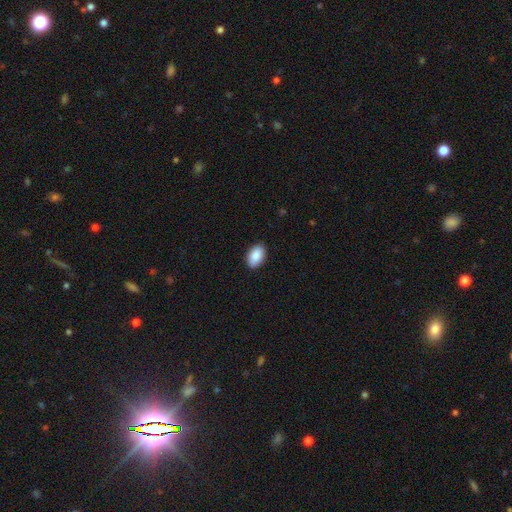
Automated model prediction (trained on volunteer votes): Morphology: type=smooth (90%); roundness=in between (93%); merging=none (90%).